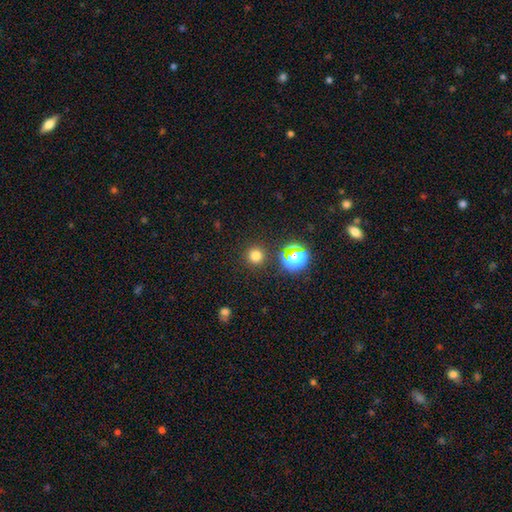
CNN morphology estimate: smooth_or_featured: smooth (p=0.74) [alt: star or artifact p=0.21]
how_rounded: round (p=0.95) [alt: in between p=0.04]
merging: none (p=0.89) [alt: minor disturbance p=0.06]